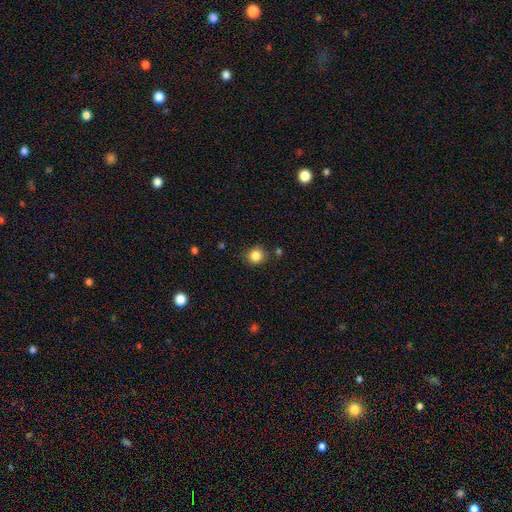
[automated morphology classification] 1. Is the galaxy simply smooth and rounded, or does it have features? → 85% smooth, 11% star or artifact, 4% featured or disk.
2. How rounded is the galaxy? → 87% round, 12% in between, 1% cigar-shaped.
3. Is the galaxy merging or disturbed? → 85% none, 10% minor disturbance, 3% merger, 3% major disturbance.